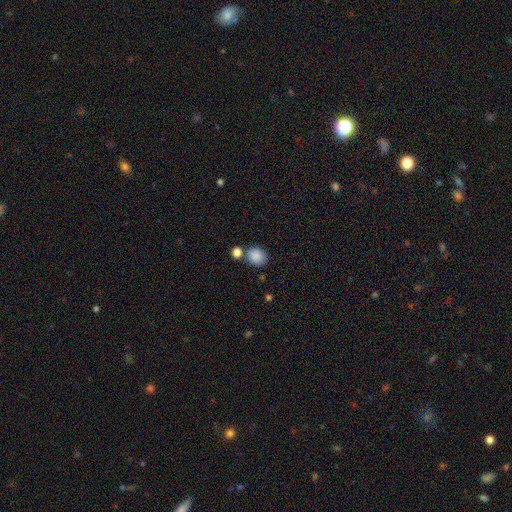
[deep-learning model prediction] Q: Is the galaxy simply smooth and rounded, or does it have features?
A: smooth — 87%.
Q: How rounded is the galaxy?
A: round — 63%.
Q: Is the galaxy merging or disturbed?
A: none — 66%.